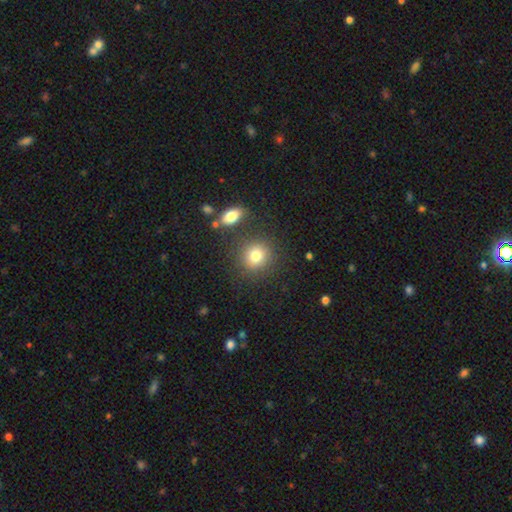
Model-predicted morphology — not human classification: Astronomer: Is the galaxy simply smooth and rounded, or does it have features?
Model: smooth — 80%.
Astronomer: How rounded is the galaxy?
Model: round — 82%.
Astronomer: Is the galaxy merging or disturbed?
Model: none — 80%.